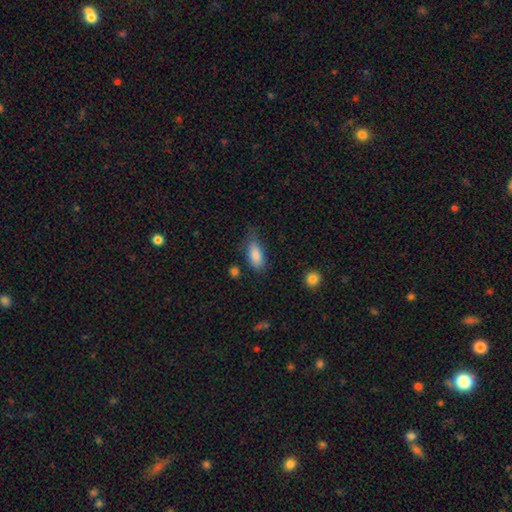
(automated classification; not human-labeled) Smooth or featured: smooth — 84% (featured or disk — 8%)
How rounded: in between — 84% (cigar-shaped — 13%)
Merging: none — 55% (minor disturbance — 32%)